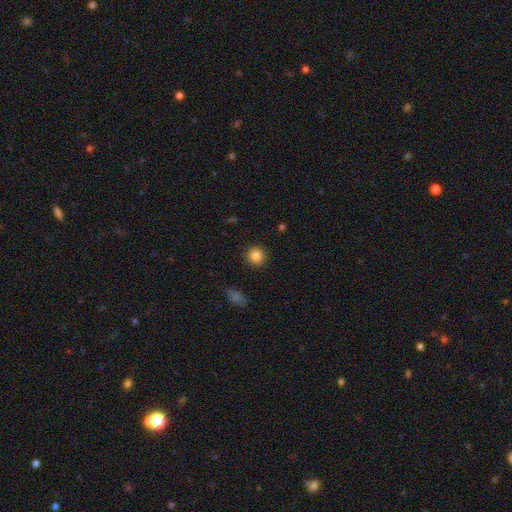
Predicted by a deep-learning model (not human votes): A smooth galaxy with no disk features (85%) that is round (92%).

Vote fractions:
- Smooth or featured? smooth: 85% / star or artifact: 10% / featured or disk: 5%
- How rounded? round: 92% / in between: 7% / cigar-shaped: 1%
- Merging? none: 91% / minor disturbance: 6% / major disturbance: 2% / merger: 1%